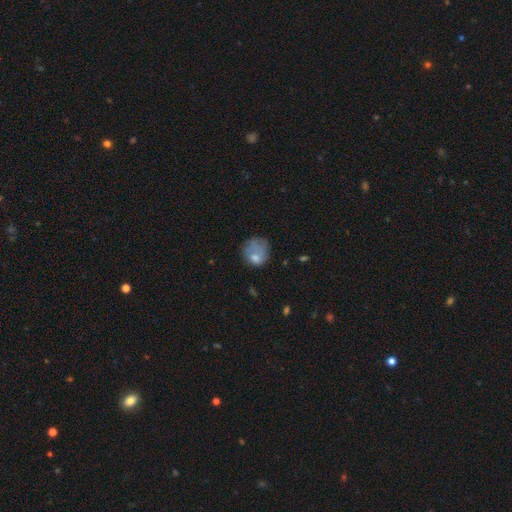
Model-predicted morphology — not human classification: smooth_or_featured: smooth (p=0.69) [alt: featured or disk p=0.21]
how_rounded: round (p=0.69) [alt: in between p=0.30]
merging: none (p=0.39) [alt: minor disturbance p=0.29]